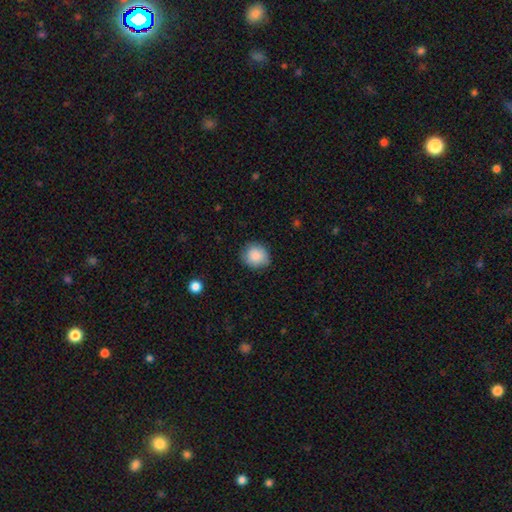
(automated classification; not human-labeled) smooth 87%, star or artifact 8%, featured or disk 5%. Down the decision tree: how rounded — round (84%); merging — none (82%).